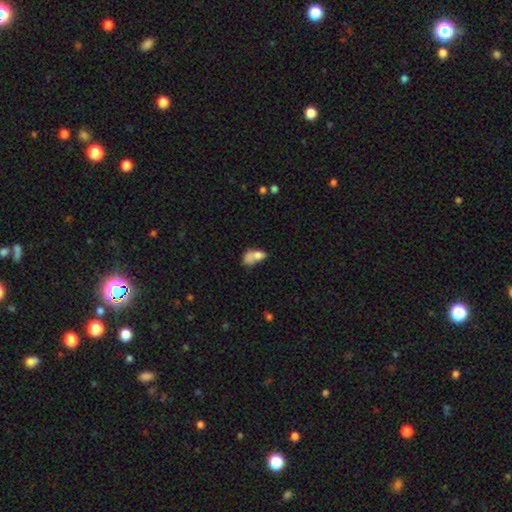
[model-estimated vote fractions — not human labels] This appears to be a smooth galaxy with no disk features (72%) that is in between round and cigar-shaped (78%). Merging: merger (55%).